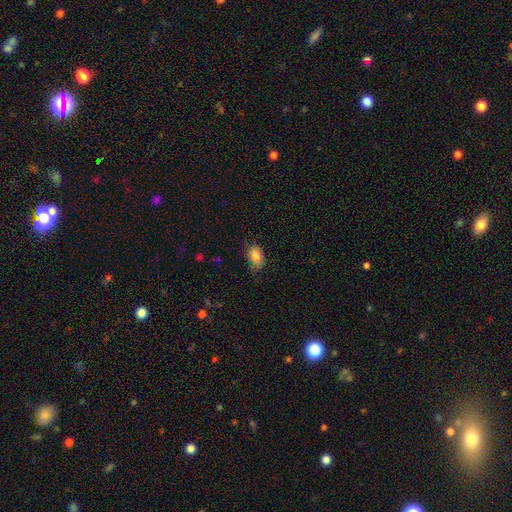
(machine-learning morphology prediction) Q: Smooth or featured?
A: smooth (84%); runner-up: star or artifact (8%)
Q: How rounded?
A: in between (88%); runner-up: round (10%)
Q: Merging?
A: none (72%); runner-up: minor disturbance (22%)